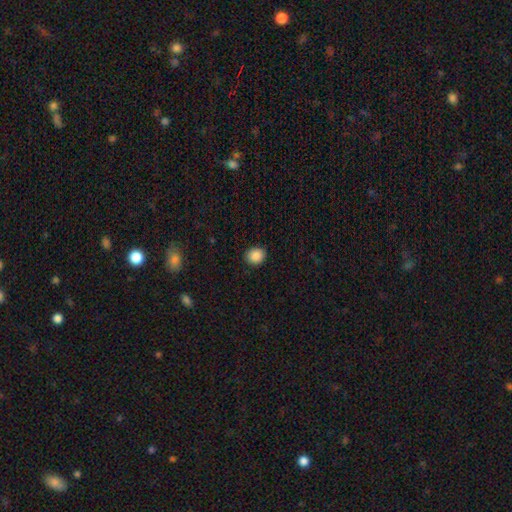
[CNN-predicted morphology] Smooth or featured: smooth — 87% (star or artifact — 9%)
How rounded: round — 65% (in between — 34%)
Merging: none — 89% (minor disturbance — 8%)